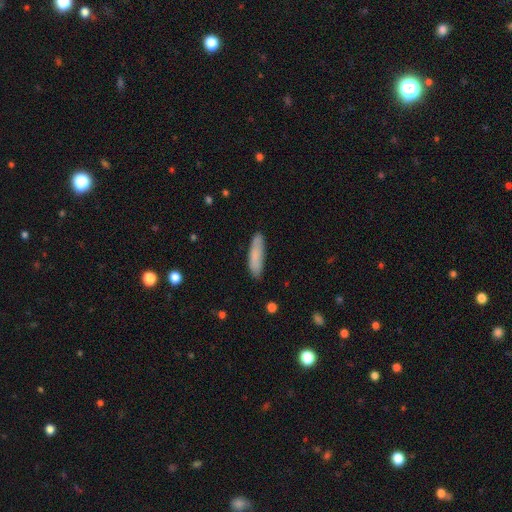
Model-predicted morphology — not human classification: Overall: smooth (83%). How rounded: cigar-shaped (71%). Merging: none (83%).